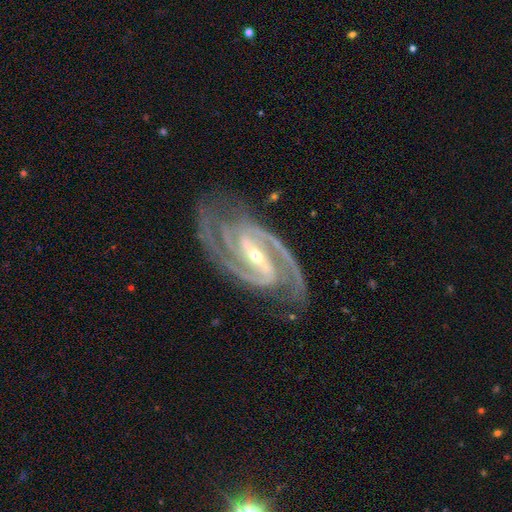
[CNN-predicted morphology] This appears to be a featured or disk galaxy (94%) with a strong bar (65%), 2 (78%) tight (48%) spiral arms (99%) and a small central bulge (69%). Merging: none (79%).